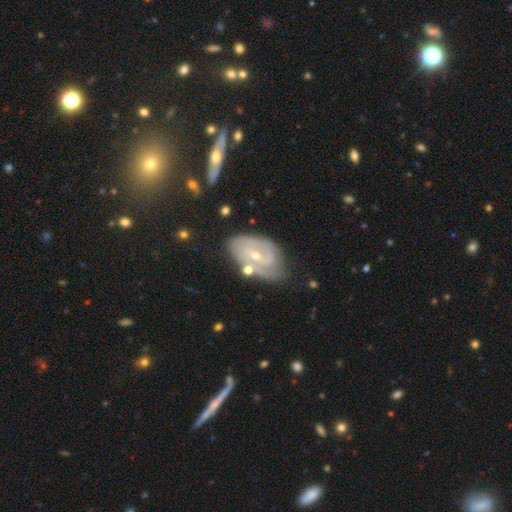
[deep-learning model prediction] This is likely a featured or disk galaxy (79%). It is clearly not viewed edge-on (95%). Bar: possibly weak (47%). Spiral arm pattern: clearly yes (85%). Spiral arm count: possibly 2 (54%). Spiral winding: possibly tight (51%). Central bulge: likely small (62%). Merging: likely none (60%).